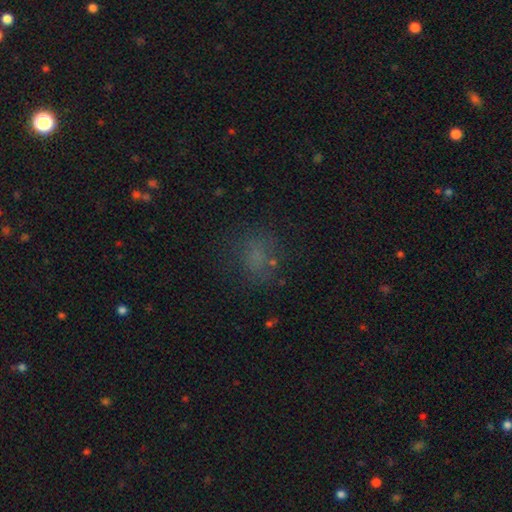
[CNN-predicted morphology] smooth 61%, star or artifact 26%, featured or disk 13%. Down the decision tree: how rounded — round (58%); merging — none (71%).